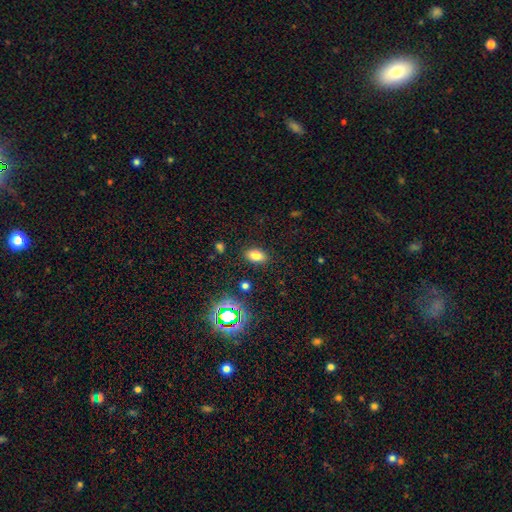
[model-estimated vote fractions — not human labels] A smooth galaxy with no disk features (75%) that is in between round and cigar-shaped (88%).

Vote fractions:
- Smooth or featured? smooth: 75% / star or artifact: 16% / featured or disk: 9%
- How rounded? in between: 88% / round: 10% / cigar-shaped: 3%
- Merging? none: 86% / minor disturbance: 9% / major disturbance: 3% / merger: 2%